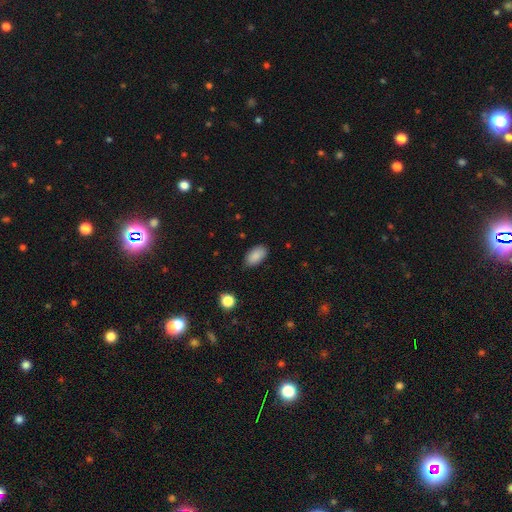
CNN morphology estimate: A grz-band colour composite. It shows a smooth galaxy with no disk features (88%) that is in between round and cigar-shaped (93%). Merging: none (83%).